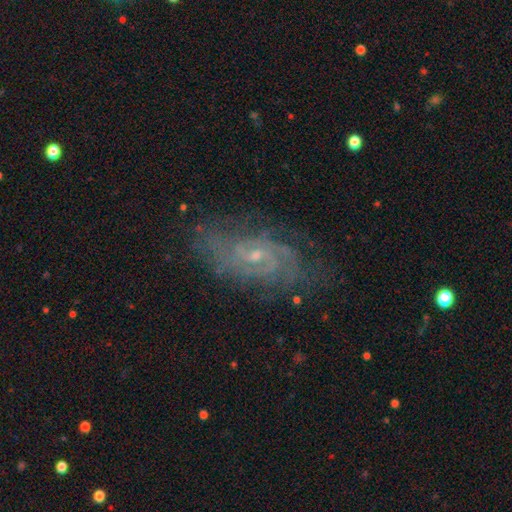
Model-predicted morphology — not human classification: The model was most divided on "bar": no: 50%, weak: 42%, strong: 8%. Remaining: spiral arms — yes (96%); edge-on disk — no (95%); smooth or featured — featured or disk (86%); merging — none (73%); bulge size — small (70%); spiral winding — tight (55%); spiral arm count — 2 (37%).